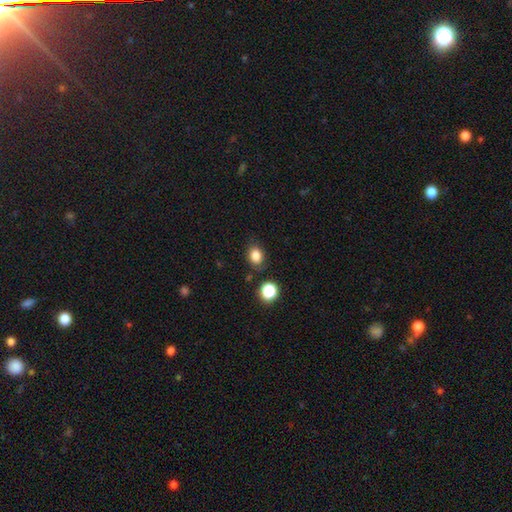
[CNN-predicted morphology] Smooth or featured: smooth — 83% (star or artifact — 12%)
How rounded: in between — 55% (round — 44%)
Merging: none — 79% (minor disturbance — 13%)